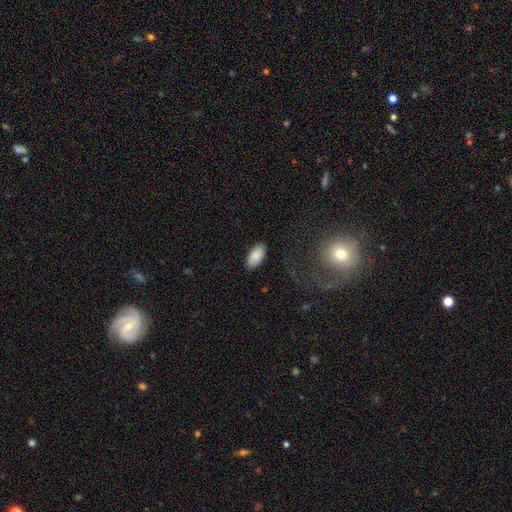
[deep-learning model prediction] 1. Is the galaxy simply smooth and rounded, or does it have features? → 86% smooth, 8% featured or disk, 7% star or artifact.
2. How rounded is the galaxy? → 95% in between, 3% cigar-shaped, 2% round.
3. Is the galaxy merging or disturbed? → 87% none, 10% minor disturbance, 2% major disturbance, 1% merger.